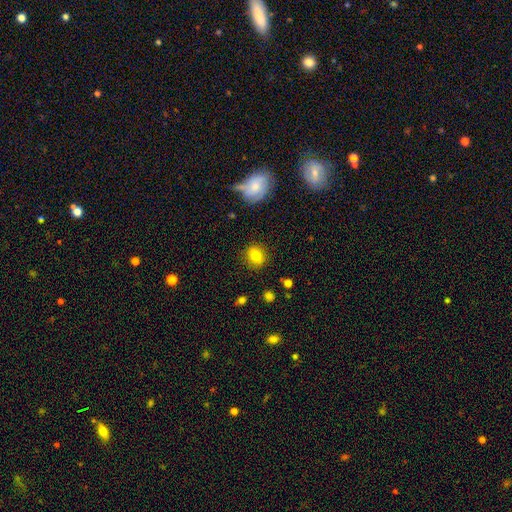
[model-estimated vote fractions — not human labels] Smooth or featured?
  - smooth: 81% *
  - star or artifact: 10%
  - featured or disk: 9%
How rounded?
  - round: 66% *
  - in between: 33%
  - cigar-shaped: 1%
Merging?
  - none: 87% *
  - minor disturbance: 9%
  - major disturbance: 3%
  - merger: 2%